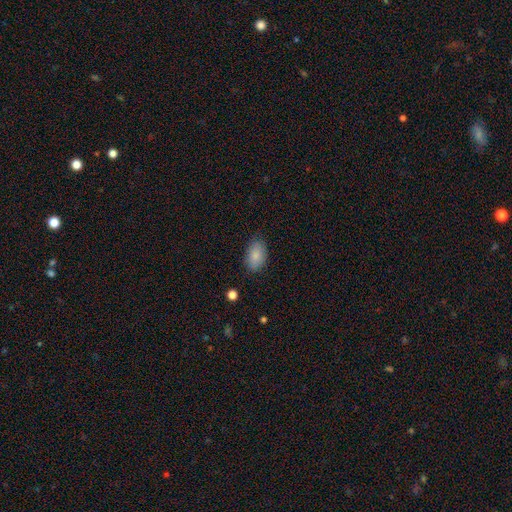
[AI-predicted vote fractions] Overall: smooth (85%). How rounded: in between (92%). Merging: none (83%).